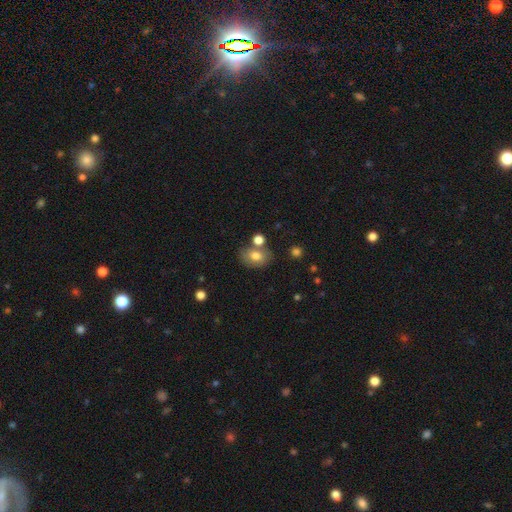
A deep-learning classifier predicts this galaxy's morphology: Smooth or featured: smooth — 75% (featured or disk — 16%)
How rounded: in between — 71% (round — 28%)
Merging: none — 60% (merger — 19%)